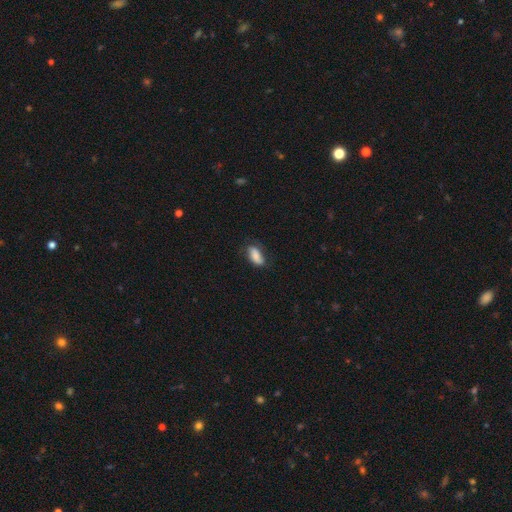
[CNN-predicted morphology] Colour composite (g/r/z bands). It shows a smooth galaxy with no disk features (79%) that is in between round and cigar-shaped (87%). Merging: none (62%).